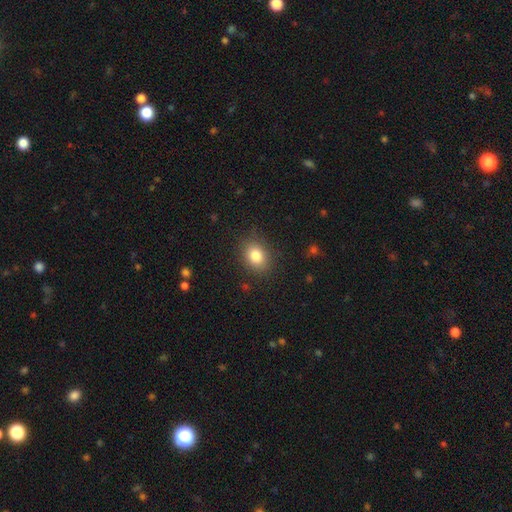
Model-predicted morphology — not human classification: Overall: smooth (83%). How rounded: in between (61%; round 38%). Merging: none (84%).